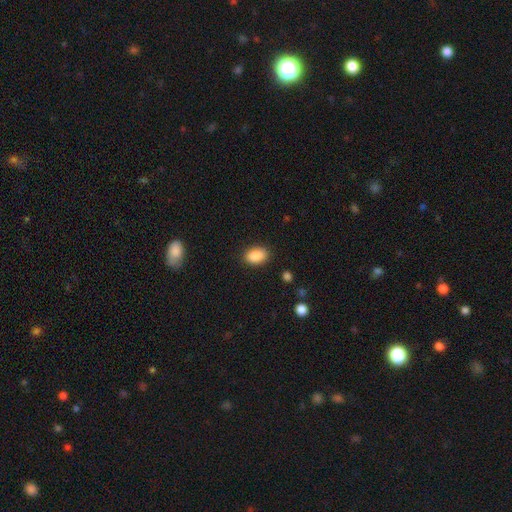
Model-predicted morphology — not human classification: The model was most divided on "how rounded": in between: 84%, round: 15%, cigar-shaped: 1%. More confident: smooth or featured — smooth (89%); merging — none (86%).